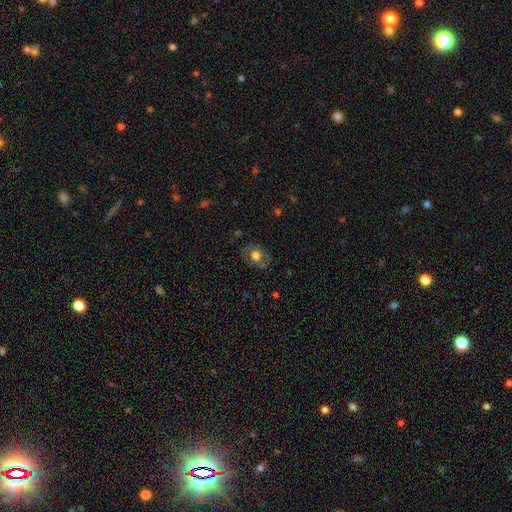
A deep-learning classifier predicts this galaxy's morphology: This appears to be a smooth galaxy with no disk features (62%) that is round (51%). Merging: none (78%).